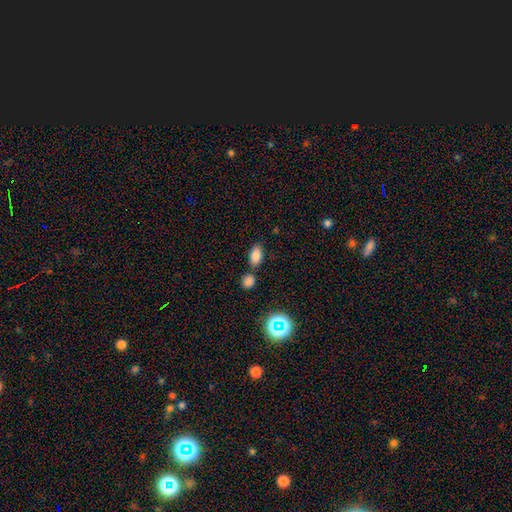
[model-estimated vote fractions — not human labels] Q: Smooth or featured?
A: smooth (81%); runner-up: star or artifact (12%)
Q: How rounded?
A: in between (89%); runner-up: round (8%)
Q: Merging?
A: none (70%); runner-up: merger (15%)